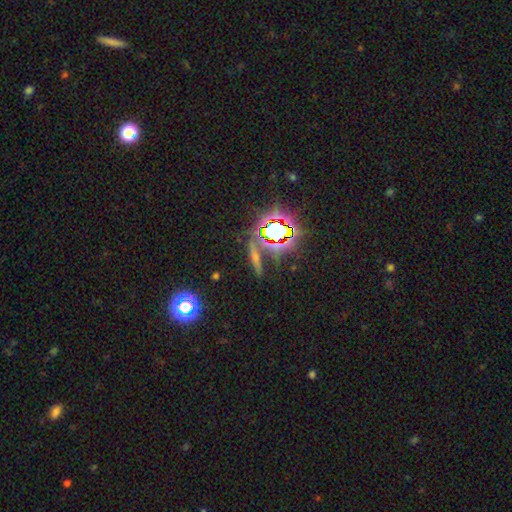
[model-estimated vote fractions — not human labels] This appears to be a star or artifact, not a galaxy (52%).